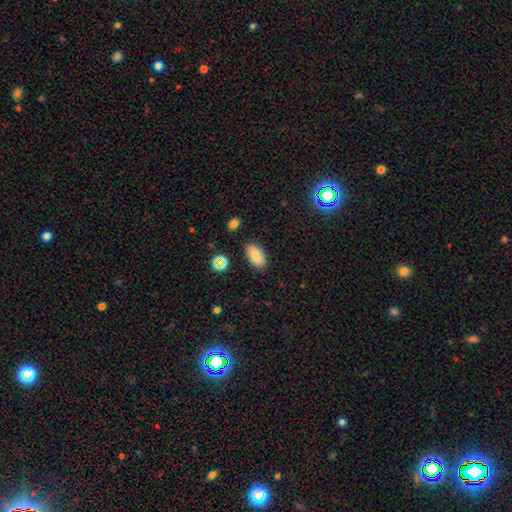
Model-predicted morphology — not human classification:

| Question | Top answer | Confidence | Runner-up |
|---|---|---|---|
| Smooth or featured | smooth | 81% | star or artifact (10%) |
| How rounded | in between | 92% | round (4%) |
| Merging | none | 85% | minor disturbance (11%) |